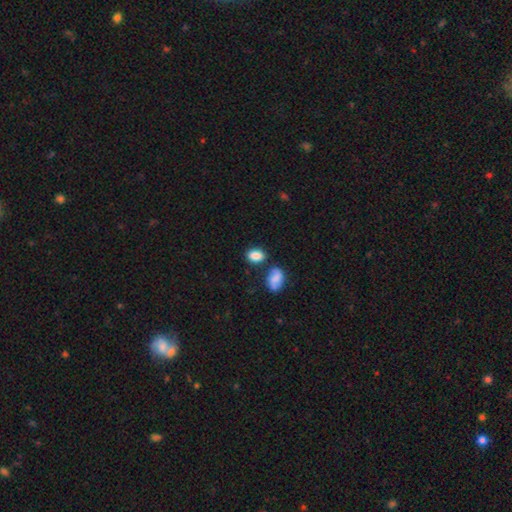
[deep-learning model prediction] This appears to be a smooth galaxy with no disk features (84%) that is in between round and cigar-shaped (82%). Merging: none (67%).